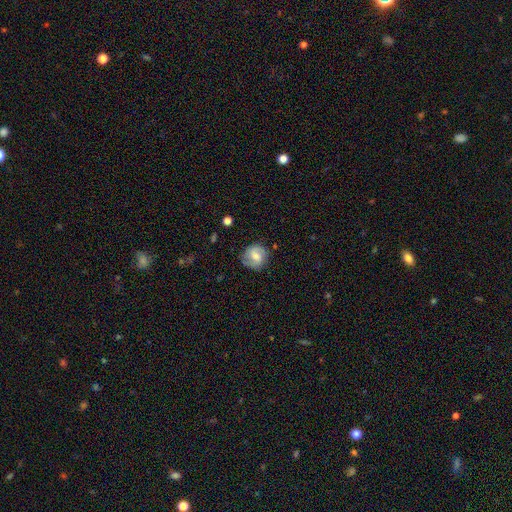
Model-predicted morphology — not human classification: A featured or disk galaxy (54%) with a weak bar (50%), spiral arms (86%) and a moderate central bulge (61%). Merging: none (77%).